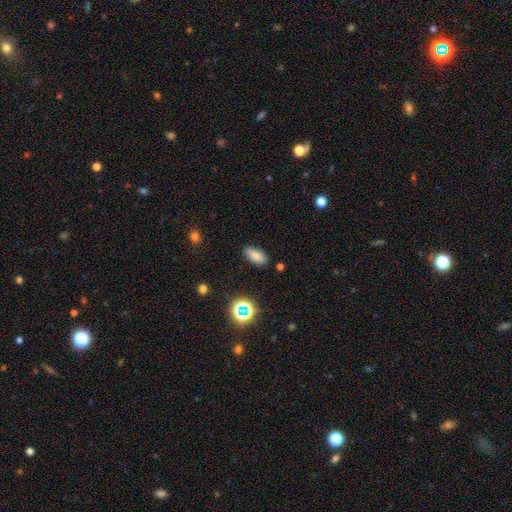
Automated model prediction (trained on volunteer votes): Overall: smooth (79%). How rounded: in between (89%). Merging: none (86%).